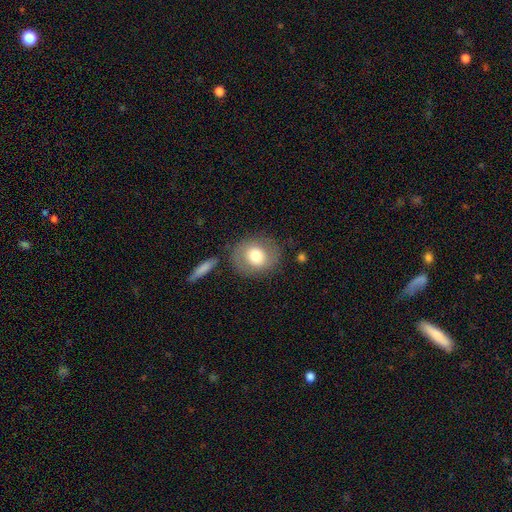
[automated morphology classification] Smooth or featured? smooth (64%)
How rounded? round (71%)
Merging? none (77%)